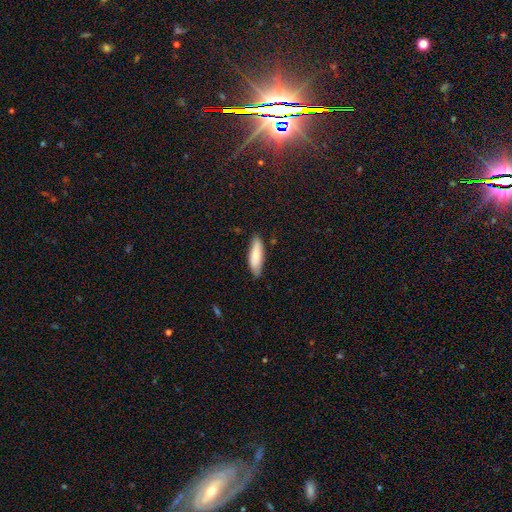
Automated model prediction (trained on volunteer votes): The model was most divided on "how rounded": in between: 51%, cigar-shaped: 48%, round: 2%. More confident: merging — none (82%); smooth or featured — smooth (76%).